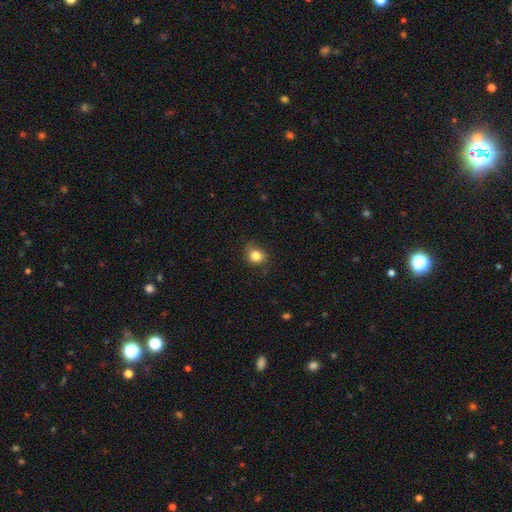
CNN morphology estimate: Q: Smooth or featured?
A: smooth (83%); runner-up: star or artifact (11%)
Q: How rounded?
A: round (72%); runner-up: in between (27%)
Q: Merging?
A: none (76%); runner-up: minor disturbance (18%)